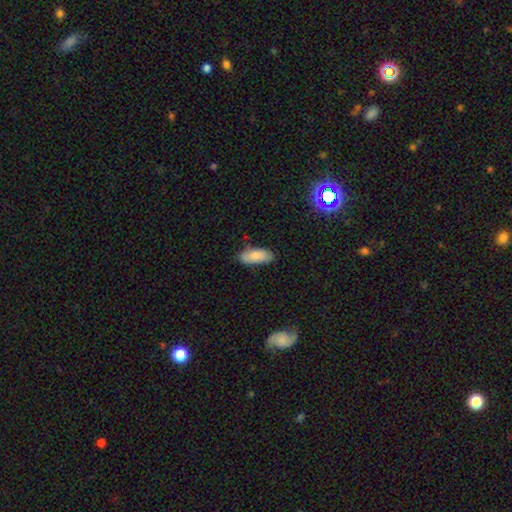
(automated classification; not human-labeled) This is clearly a smooth galaxy (81%). How rounded: clearly in between (85%). Merging: likely none (73%).